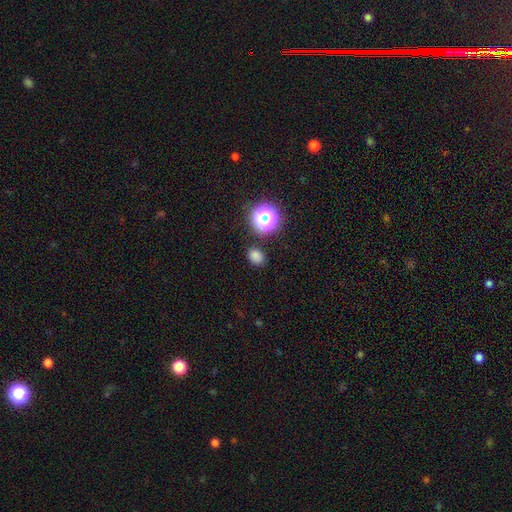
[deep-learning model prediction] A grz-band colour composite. It shows a smooth galaxy with no disk features (77%) that is in between round and cigar-shaped (53%). Merging: none (82%).